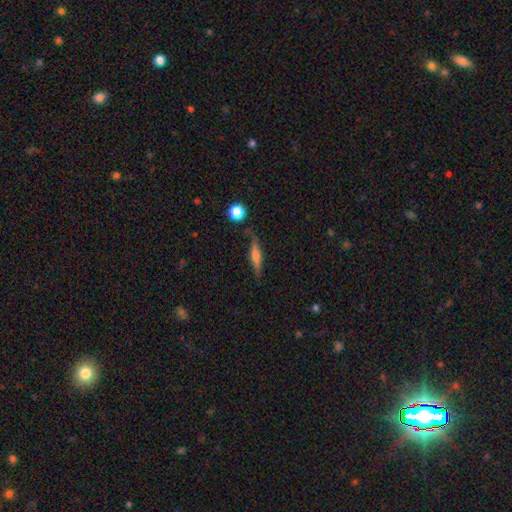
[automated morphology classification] smooth-or-featured: featured or disk: 50% | smooth: 42% | star or artifact: 8%
  disk-edge-on: yes: 94% | no: 6%
  merging: none: 79% | minor disturbance: 15% | major disturbance: 4% | merger: 3%